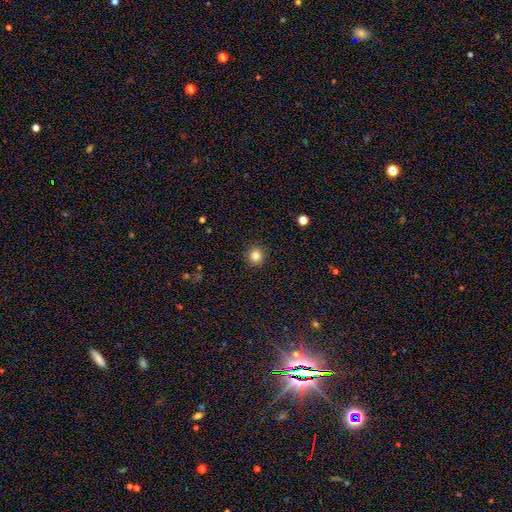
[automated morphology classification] type=smooth (83%); roundness=round (94%); merging=none (92%).